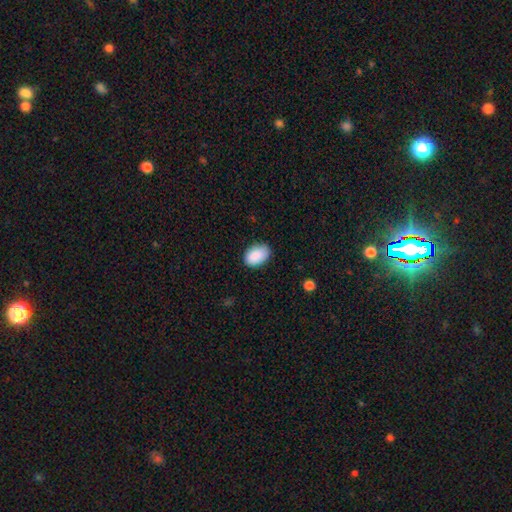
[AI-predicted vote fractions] Smooth or featured: smooth — 89% (star or artifact — 7%)
How rounded: in between — 89% (round — 10%)
Merging: none — 81% (minor disturbance — 15%)